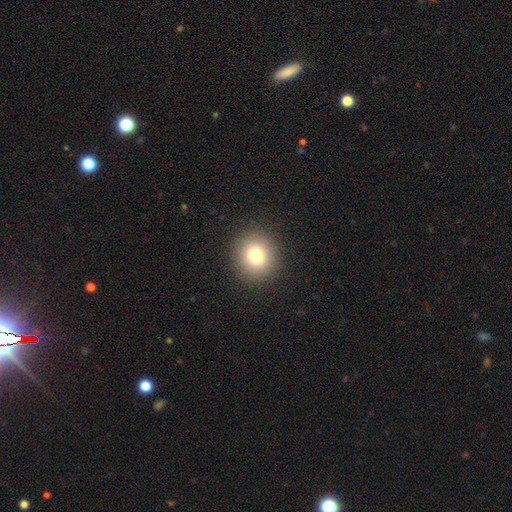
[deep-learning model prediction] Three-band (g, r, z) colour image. It shows a smooth galaxy with no disk features (80%) that is round (90%). Merging: none (91%).